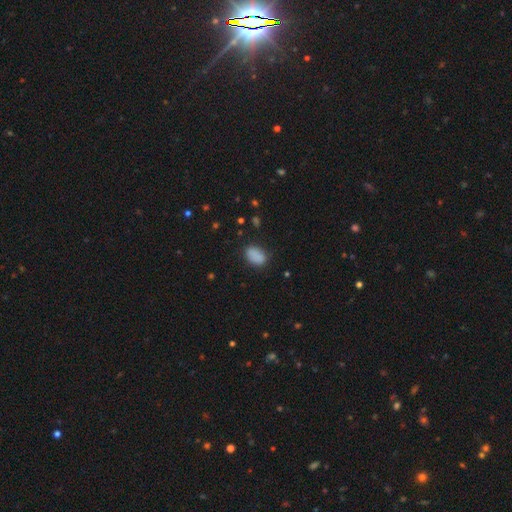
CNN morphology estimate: This appears to be a smooth galaxy with no disk features (86%) that is in between round and cigar-shaped (87%). Merging: none (77%).